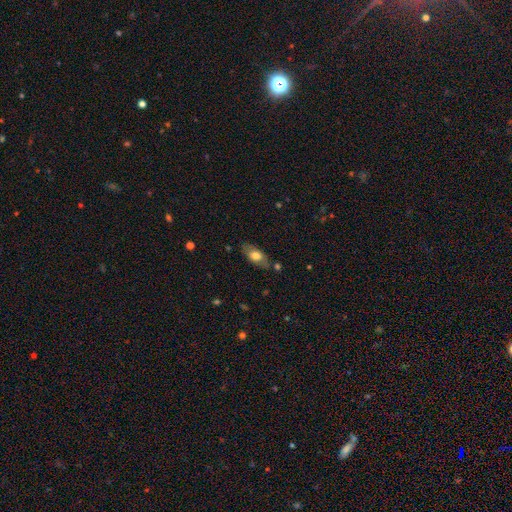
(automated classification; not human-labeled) Smooth or featured: smooth — 60% (featured or disk — 33%)
How rounded: in between — 86% (cigar-shaped — 10%)
Merging: none — 76% (minor disturbance — 17%)